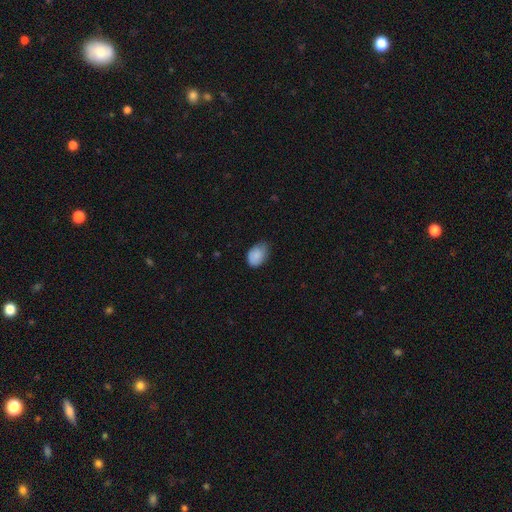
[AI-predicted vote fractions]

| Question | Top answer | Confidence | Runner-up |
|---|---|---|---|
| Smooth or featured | smooth | 86% | star or artifact (7%) |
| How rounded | in between | 81% | round (18%) |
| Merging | none | 57% | minor disturbance (36%) |